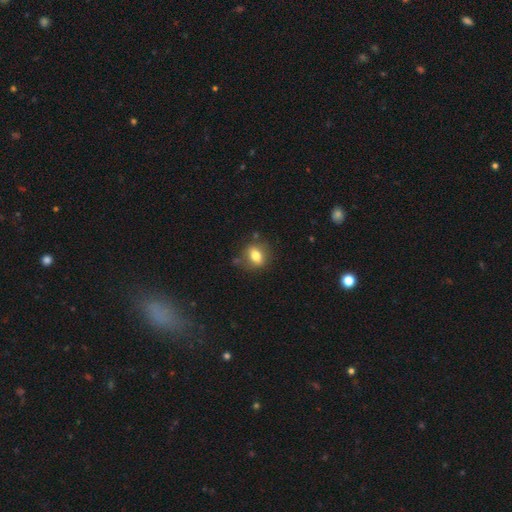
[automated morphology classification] A smooth galaxy with no disk features (74%) that is in between round and cigar-shaped (58%). Merging: none (75%).